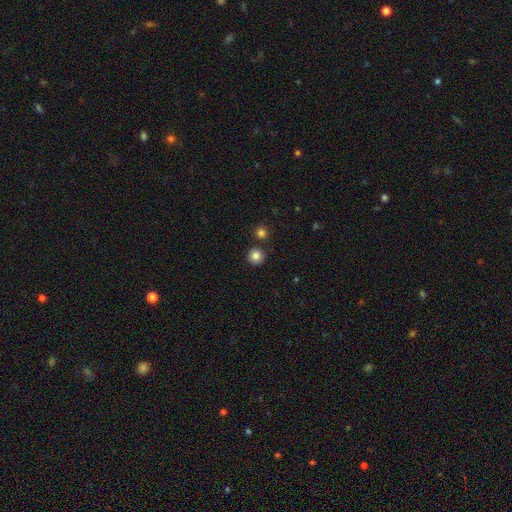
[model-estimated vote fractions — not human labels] smooth 85%, star or artifact 11%, featured or disk 5%. Down the decision tree: how rounded — round (94%); merging — none (85%).